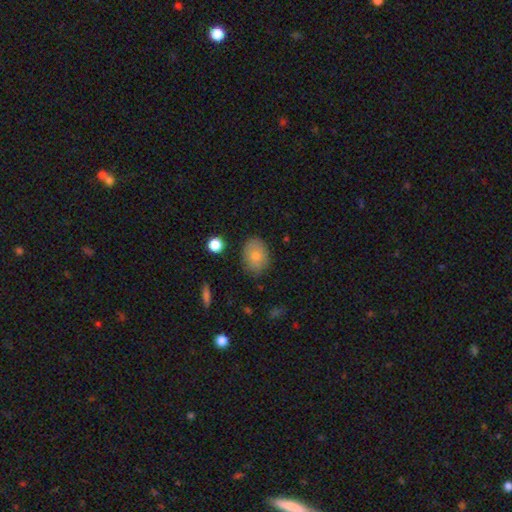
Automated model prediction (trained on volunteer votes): This is likely a smooth galaxy (75%). How rounded: likely in between (67%). Merging: clearly none (83%).